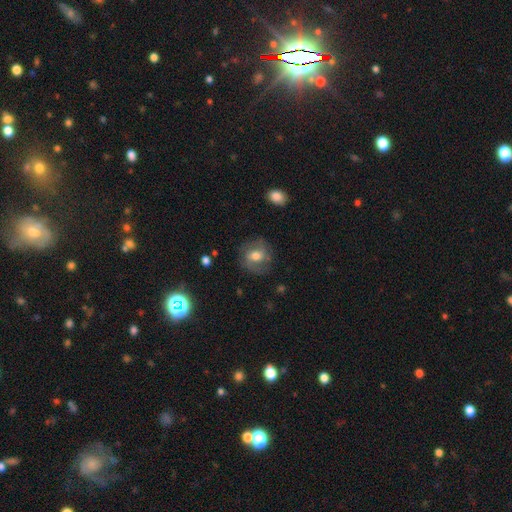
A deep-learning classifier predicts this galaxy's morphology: Smooth or featured: featured or disk — 54% (smooth — 38%)
Edge-on disk: no — 96% (yes — 4%)
Bar: no — 47% (weak — 40%)
Spiral arms: yes — 79% (no — 21%)
Bulge size: moderate — 67% (large — 15%)
Merging: none — 75% (minor disturbance — 16%)